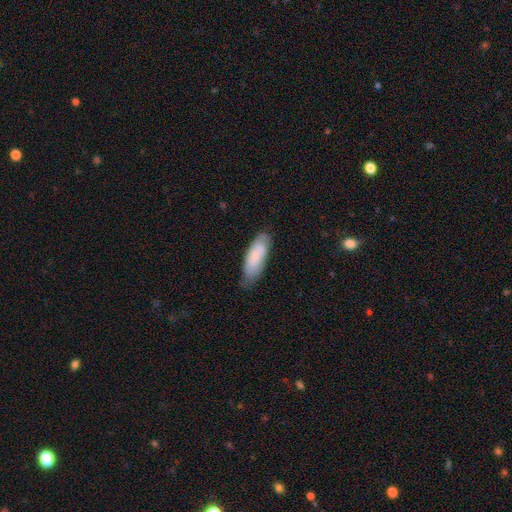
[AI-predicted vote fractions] A smooth galaxy with no disk features (67%) that is in between round and cigar-shaped (68%). Merging: none (71%).